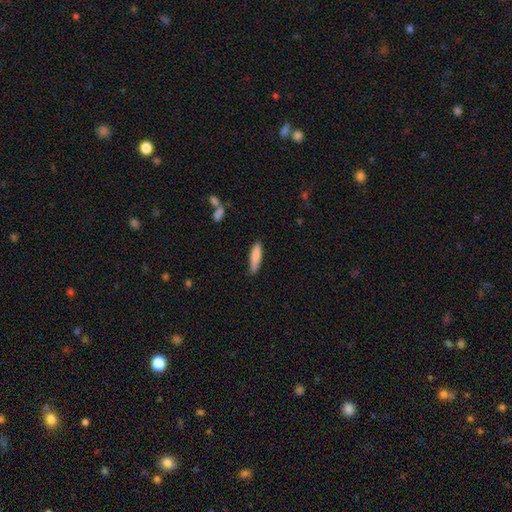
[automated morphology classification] smooth-or-featured: smooth: 83% | featured or disk: 11% | star or artifact: 6%
  how-rounded: cigar-shaped: 74% | in between: 25% | round: 1%
  merging: none: 78% | minor disturbance: 17% | major disturbance: 3% | merger: 2%